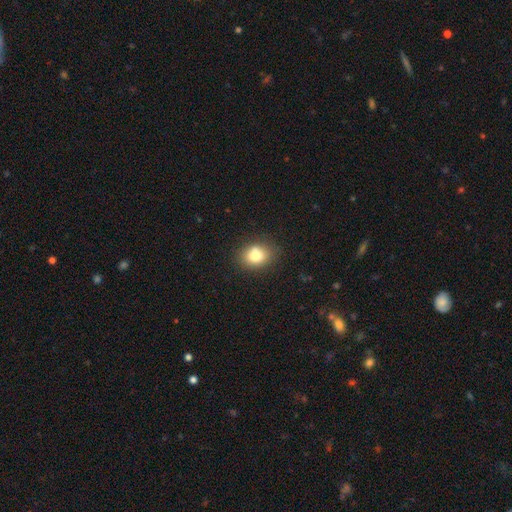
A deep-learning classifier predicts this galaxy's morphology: Smooth or featured? smooth (77%)
How rounded? round (50%)
Merging? none (75%)